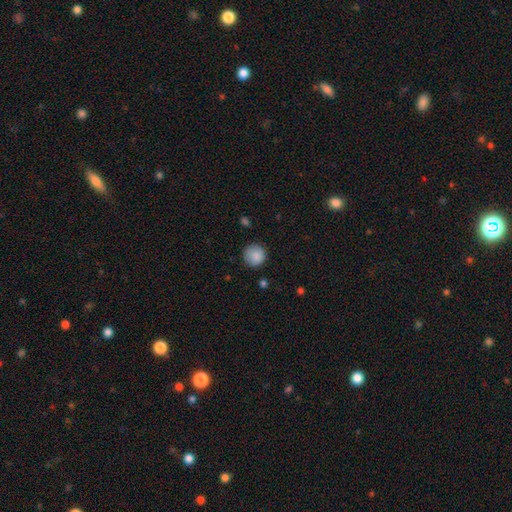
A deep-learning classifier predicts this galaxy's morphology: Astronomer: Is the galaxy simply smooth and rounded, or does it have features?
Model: smooth — 88%.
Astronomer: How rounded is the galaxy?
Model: round — 93%.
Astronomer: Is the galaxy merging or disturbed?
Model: none — 84%.